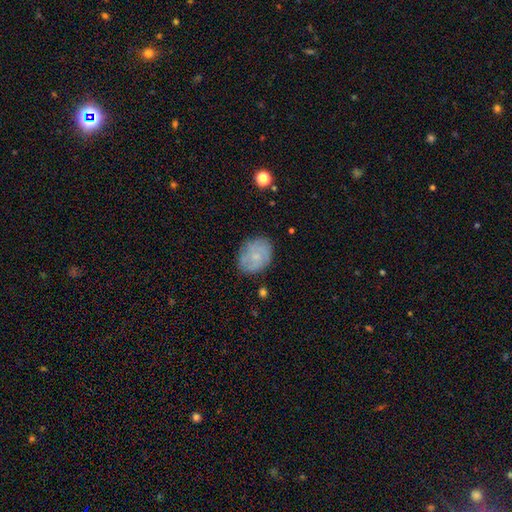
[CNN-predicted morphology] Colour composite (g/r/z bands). It shows a featured or disk galaxy (50%). Merging: none (76%).